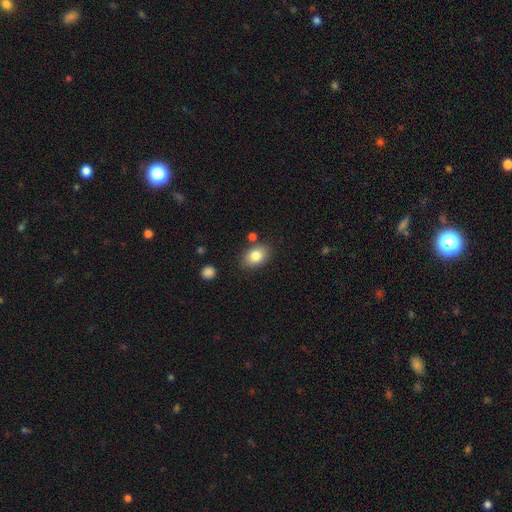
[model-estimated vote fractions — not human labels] Smooth or featured: smooth — 82% (featured or disk — 10%)
How rounded: in between — 78% (round — 21%)
Merging: none — 80% (minor disturbance — 12%)